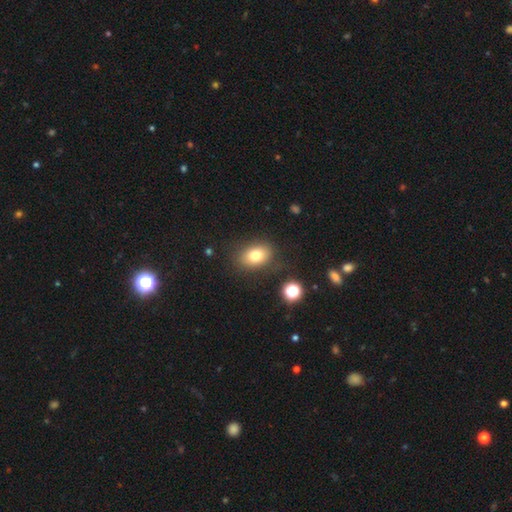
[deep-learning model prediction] Smooth or featured: smooth — 77% (featured or disk — 12%)
How rounded: in between — 73% (round — 25%)
Merging: none — 81% (minor disturbance — 12%)